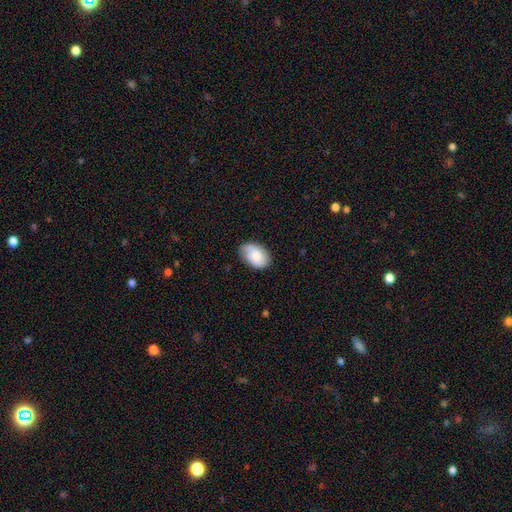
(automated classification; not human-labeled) A smooth galaxy with no disk features (63%) that is in between round and cigar-shaped (87%). Merging: none (72%).